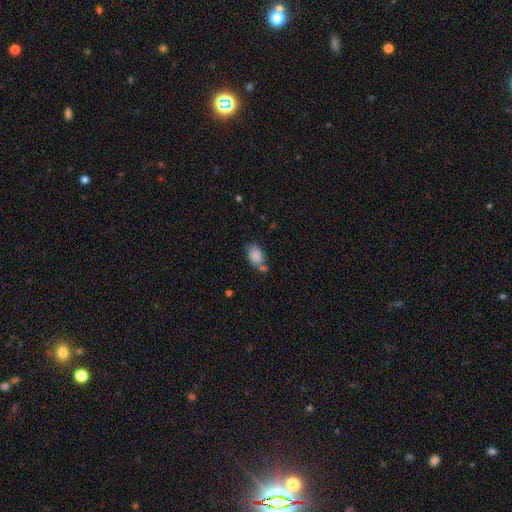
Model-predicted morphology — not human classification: smooth 82%, featured or disk 9%, star or artifact 9%. Down the decision tree: how rounded — in between (82%); merging — none (48%).